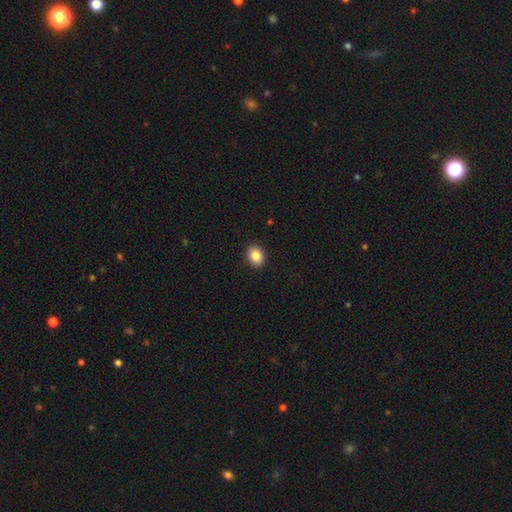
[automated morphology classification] A smooth galaxy with no disk features (88%) that is in between round and cigar-shaped (55%). Merging: none (91%).